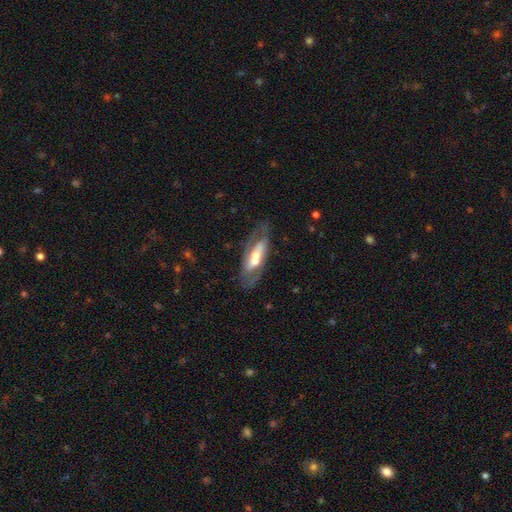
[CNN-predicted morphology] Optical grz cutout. It shows a featured or disk galaxy (67%) with no bar (39%), spiral arms (57%) and a moderate central bulge (50%). Merging: none (59%).